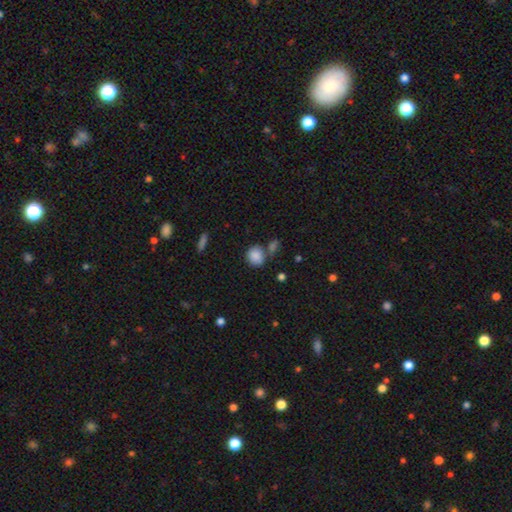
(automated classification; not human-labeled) Smooth or featured? Predicted: smooth (p=0.86). How rounded? Predicted: round (p=0.72). Merging? Predicted: none (p=0.63).